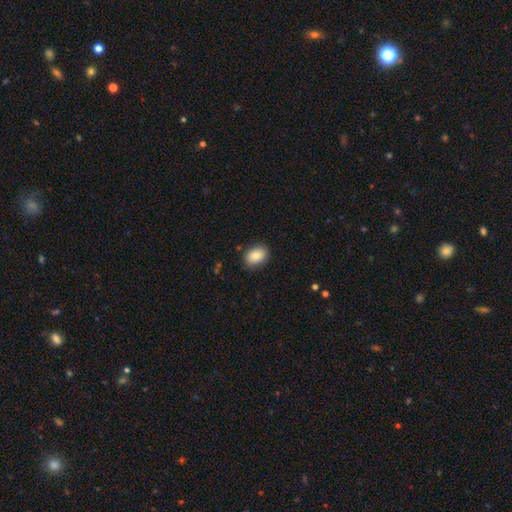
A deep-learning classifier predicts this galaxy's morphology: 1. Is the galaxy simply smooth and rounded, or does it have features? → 83% smooth, 10% featured or disk, 8% star or artifact.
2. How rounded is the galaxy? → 71% in between, 28% round, 1% cigar-shaped.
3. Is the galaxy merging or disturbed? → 85% none, 12% minor disturbance, 2% major disturbance, 1% merger.